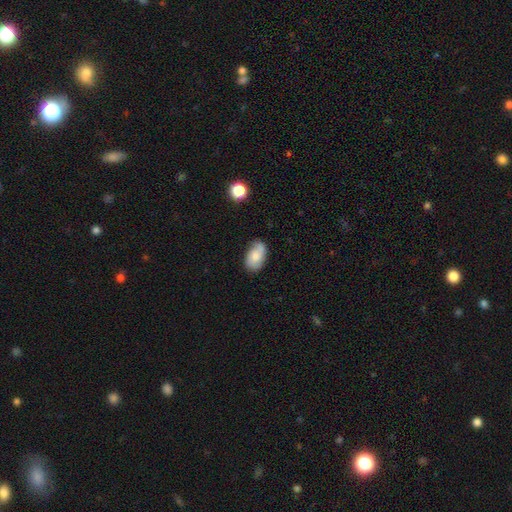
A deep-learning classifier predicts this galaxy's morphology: Smooth or featured? smooth (65%)
How rounded? in between (92%)
Merging? none (69%)